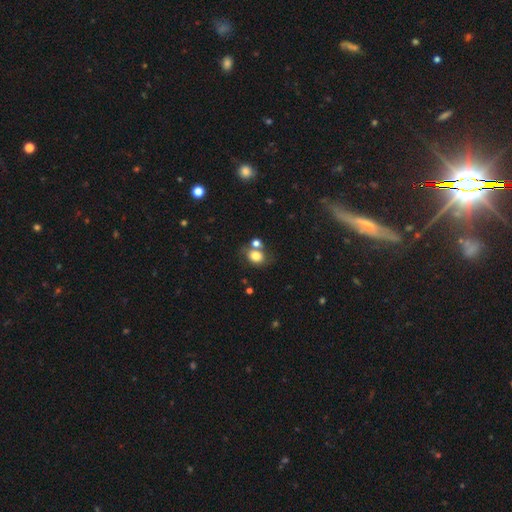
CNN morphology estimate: A smooth galaxy with no disk features (78%) that is in between round and cigar-shaped (50%).

Vote fractions:
- Smooth or featured? smooth: 78% / featured or disk: 11% / star or artifact: 11%
- How rounded? in between: 50% / round: 49% / cigar-shaped: 1%
- Merging? none: 54% / merger: 25% / minor disturbance: 15% / major disturbance: 6%